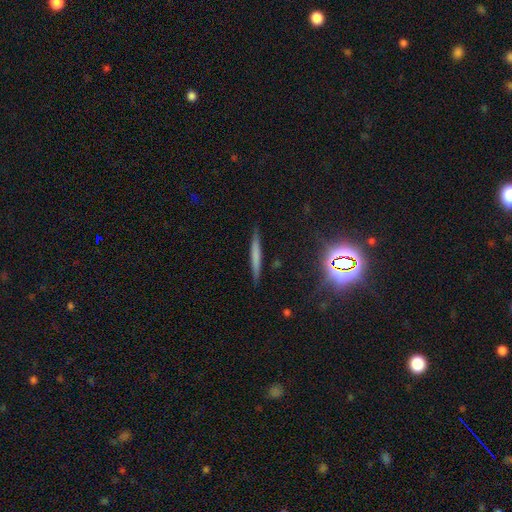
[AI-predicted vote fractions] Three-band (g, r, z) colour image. It shows a smooth galaxy with no disk features (56%) that is cigar-shaped (95%). Merging: none (87%).